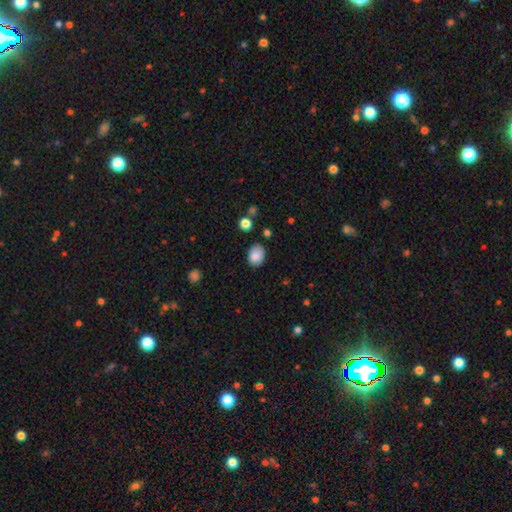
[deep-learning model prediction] Smooth or featured? smooth (86%)
How rounded? in between (64%)
Merging? none (75%)